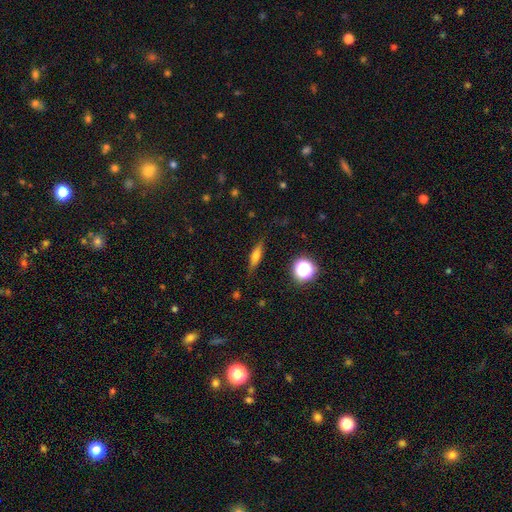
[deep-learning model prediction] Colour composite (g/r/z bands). It shows a smooth galaxy with no disk features (57%) that is cigar-shaped (63%). Merging: none (82%).